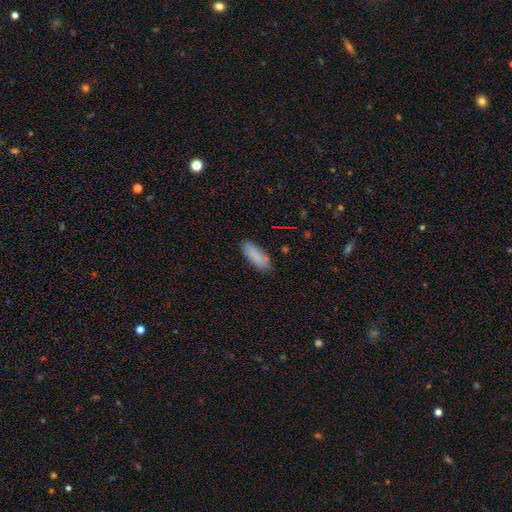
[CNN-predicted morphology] A smooth galaxy with no disk features (87%) that is in between round and cigar-shaped (72%).

Vote fractions:
- Smooth or featured? smooth: 87% / featured or disk: 7% / star or artifact: 6%
- How rounded? in between: 72% / cigar-shaped: 27% / round: 2%
- Merging? none: 82% / minor disturbance: 14% / major disturbance: 3% / merger: 1%